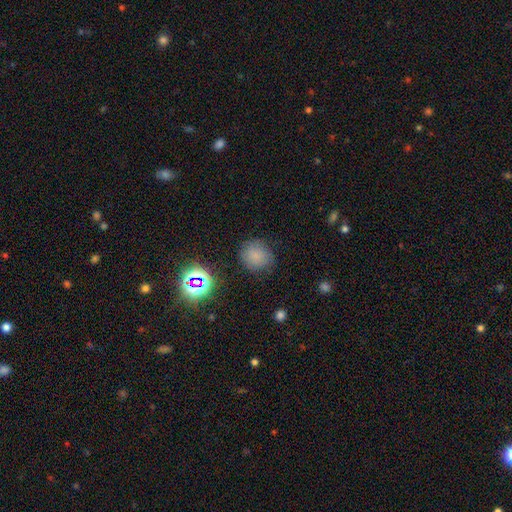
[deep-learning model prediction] Smooth or featured: smooth — 74% (star or artifact — 18%)
How rounded: round — 83% (in between — 16%)
Merging: none — 79% (minor disturbance — 14%)